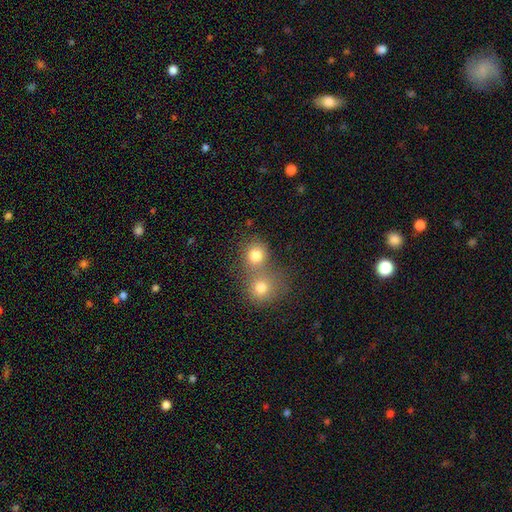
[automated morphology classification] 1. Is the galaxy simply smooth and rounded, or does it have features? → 79% smooth, 12% star or artifact, 9% featured or disk.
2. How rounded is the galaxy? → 83% round, 16% in between, 1% cigar-shaped.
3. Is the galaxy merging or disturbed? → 51% merger, 39% none, 6% minor disturbance, 3% major disturbance.